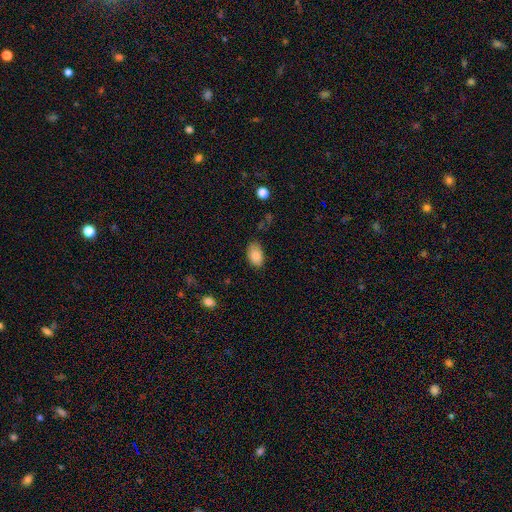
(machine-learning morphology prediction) Q: Smooth or featured?
A: smooth (87%); runner-up: star or artifact (8%)
Q: How rounded?
A: in between (91%); runner-up: round (7%)
Q: Merging?
A: none (75%); runner-up: minor disturbance (20%)